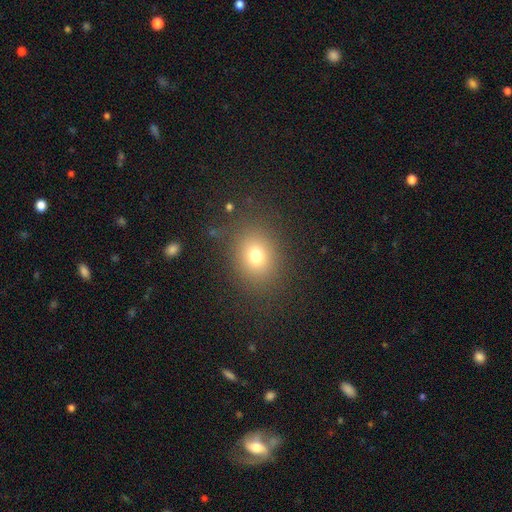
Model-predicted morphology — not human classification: smooth 74%, star or artifact 15%, featured or disk 11%. Down the decision tree: how rounded — round (55%); merging — none (82%).